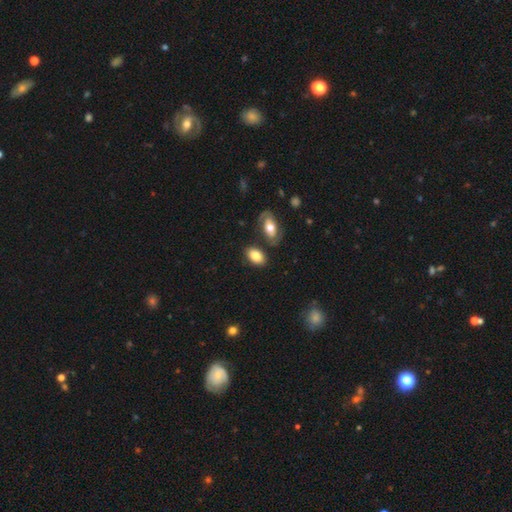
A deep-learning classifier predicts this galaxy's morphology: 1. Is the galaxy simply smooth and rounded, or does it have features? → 80% smooth, 13% featured or disk, 7% star or artifact.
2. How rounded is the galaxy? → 91% in between, 8% round, 2% cigar-shaped.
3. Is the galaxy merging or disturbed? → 73% none, 13% minor disturbance, 10% merger, 4% major disturbance.